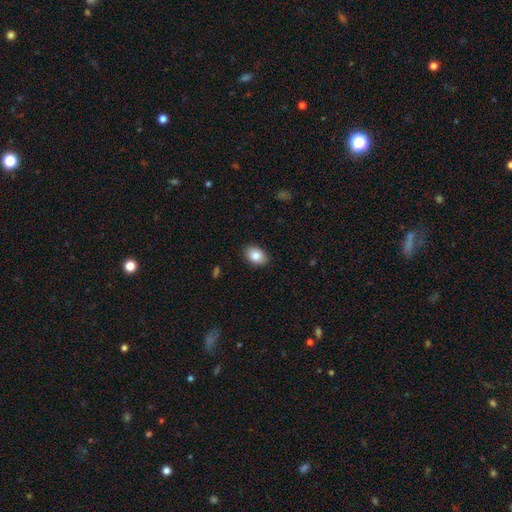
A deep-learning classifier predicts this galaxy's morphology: A smooth galaxy with no disk features (84%) that is in between round and cigar-shaped (83%). Merging: none (88%).